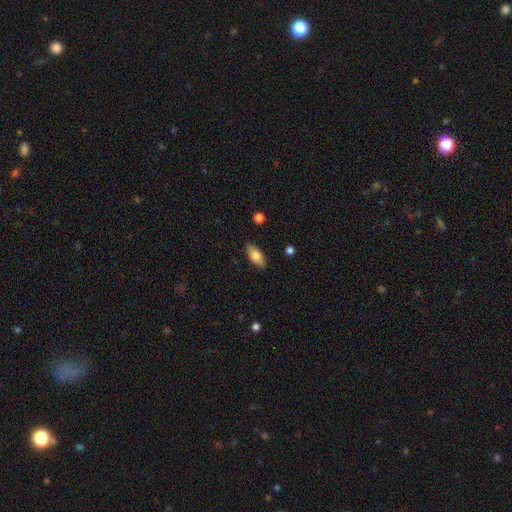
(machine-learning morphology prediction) A smooth galaxy with no disk features (78%) that is in between round and cigar-shaped (87%).

Vote fractions:
- Smooth or featured? smooth: 78% / featured or disk: 16% / star or artifact: 7%
- How rounded? in between: 87% / cigar-shaped: 10% / round: 3%
- Merging? none: 88% / minor disturbance: 9% / major disturbance: 2% / merger: 1%